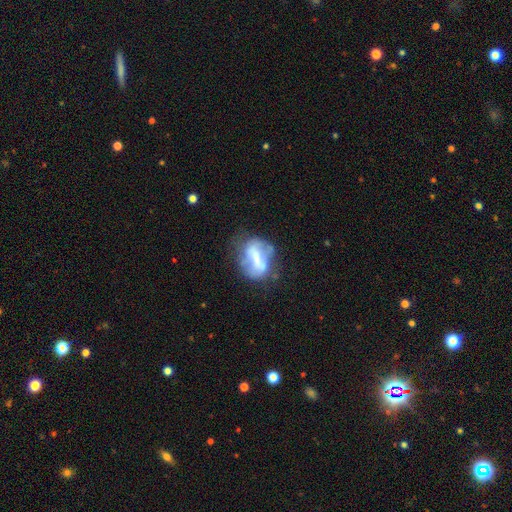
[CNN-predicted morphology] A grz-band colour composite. It shows a featured or disk galaxy (54%) with a strong bar (44%), no spiral arms (71%) and no central bulge (36%). Merging: none (44%).